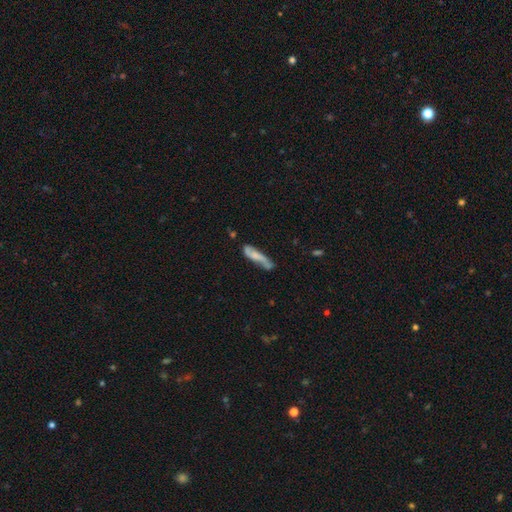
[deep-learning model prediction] Overall: smooth (52%; featured or disk 41%). How rounded: cigar-shaped (74%). Merging: none (54%; minor disturbance 28%).